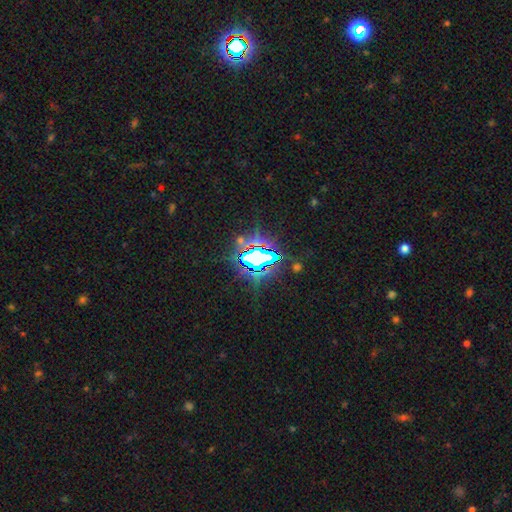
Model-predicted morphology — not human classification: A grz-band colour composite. It shows a star or artifact, not a galaxy (78%).